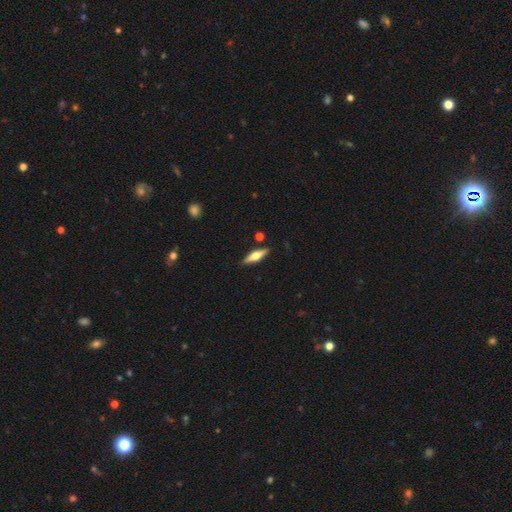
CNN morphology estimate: Q: Smooth or featured?
A: featured or disk (57%); runner-up: smooth (37%)
Q: Edge-on disk?
A: yes (95%); runner-up: no (5%)
Q: Edge-on bulge?
A: rounded (93%); runner-up: boxy (5%)
Q: Merging?
A: none (87%); runner-up: minor disturbance (8%)